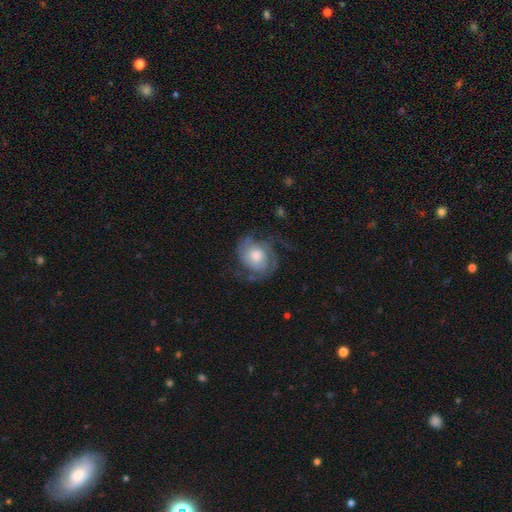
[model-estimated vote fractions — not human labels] featured or disk 72%, smooth 21%, star or artifact 7%. Down the decision tree: edge-on disk — no (98%); bar — no (76%); spiral arms — yes (90%); spiral arm count — 2 (58%); spiral winding — tight (42%); bulge size — moderate (52%); merging — none (60%).